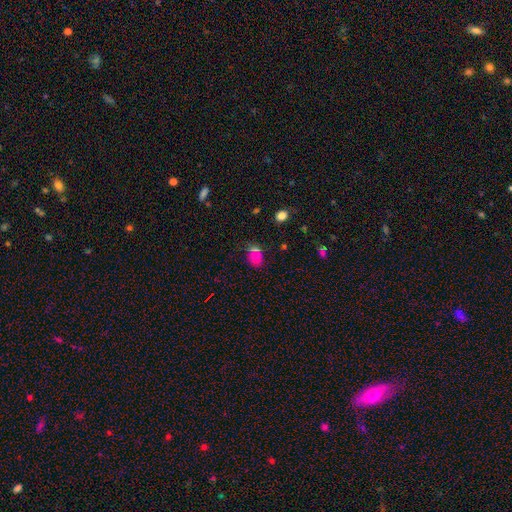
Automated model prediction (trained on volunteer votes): Smooth or featured? smooth (62%)
How rounded? in between (72%)
Merging? none (58%)